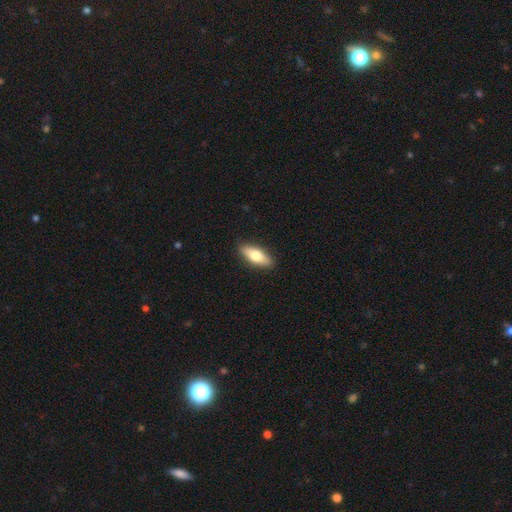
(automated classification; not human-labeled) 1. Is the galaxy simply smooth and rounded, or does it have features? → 67% smooth, 27% featured or disk, 6% star or artifact.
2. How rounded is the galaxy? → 67% in between, 30% cigar-shaped, 3% round.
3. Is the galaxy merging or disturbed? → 90% none, 8% minor disturbance, 2% major disturbance, 1% merger.